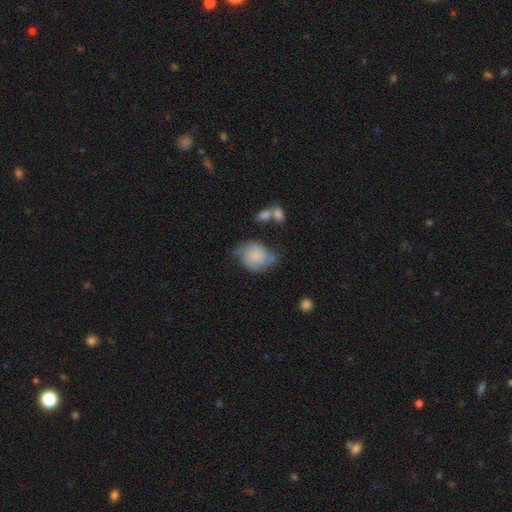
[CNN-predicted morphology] smooth_or_featured: featured or disk (p=0.54) [alt: smooth p=0.39]
disk_edge_on: no (p=0.97) [alt: yes p=0.03]
bar: no (p=0.73) [alt: weak p=0.23]
has_spiral_arms: yes (p=0.88) [alt: no p=0.12]
bulge_size: small (p=0.49) [alt: none p=0.27]
merging: none (p=0.49) [alt: minor disturbance p=0.30]